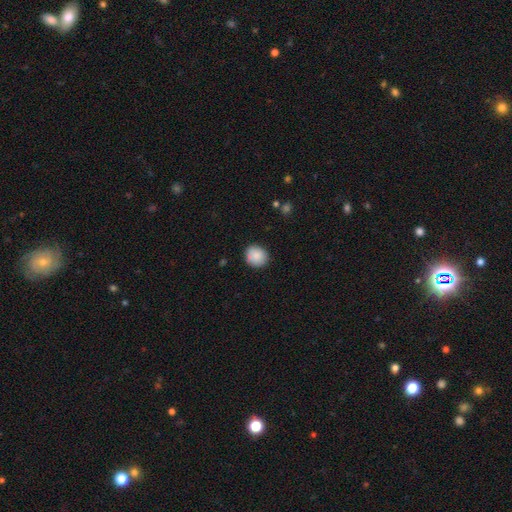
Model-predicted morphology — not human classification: This is clearly a smooth galaxy (86%). How rounded: likely round (79%). Merging: clearly none (84%).